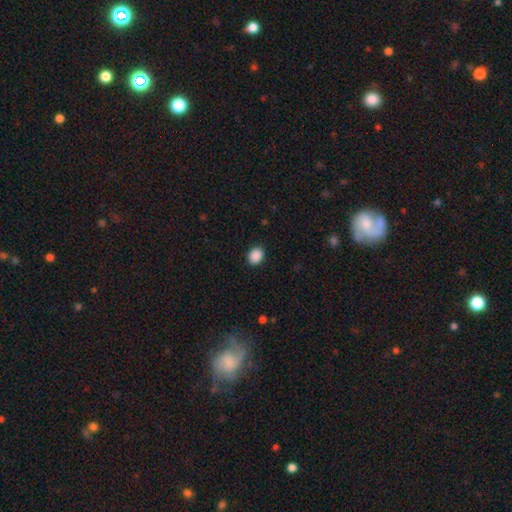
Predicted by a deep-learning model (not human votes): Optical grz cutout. It shows a smooth galaxy with no disk features (89%) that is in between round and cigar-shaped (55%). Merging: none (90%).